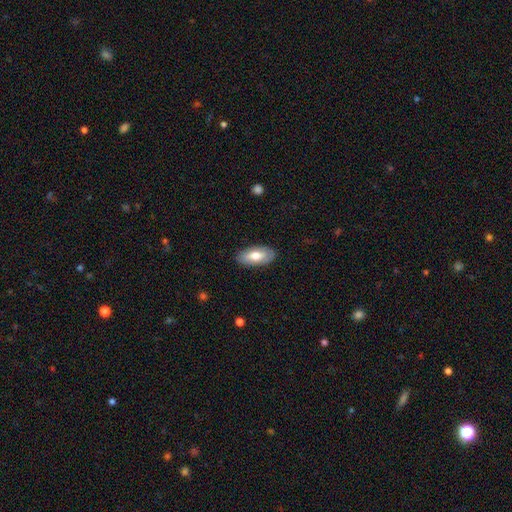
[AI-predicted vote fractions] Q: Smooth or featured?
A: smooth (67%); runner-up: featured or disk (27%)
Q: How rounded?
A: in between (91%); runner-up: cigar-shaped (6%)
Q: Merging?
A: none (85%); runner-up: minor disturbance (11%)